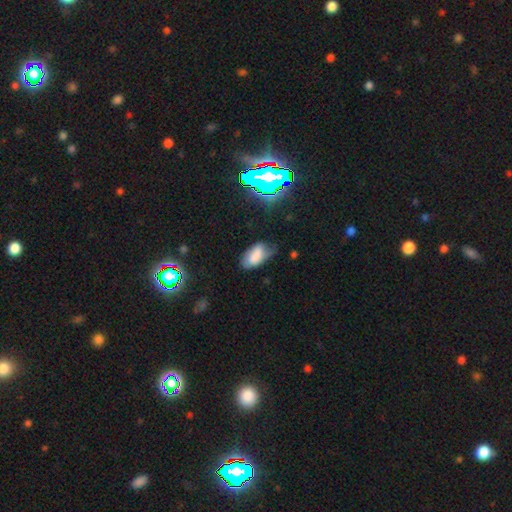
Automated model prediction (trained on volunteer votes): Q: Smooth or featured?
A: smooth (74%); runner-up: featured or disk (14%)
Q: How rounded?
A: in between (93%); runner-up: round (4%)
Q: Merging?
A: none (44%); runner-up: minor disturbance (38%)